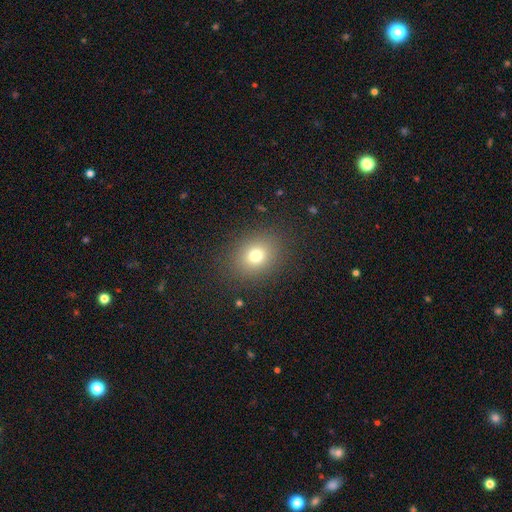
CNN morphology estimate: This appears to be a smooth galaxy with no disk features (75%) that is round (57%). Merging: none (86%).